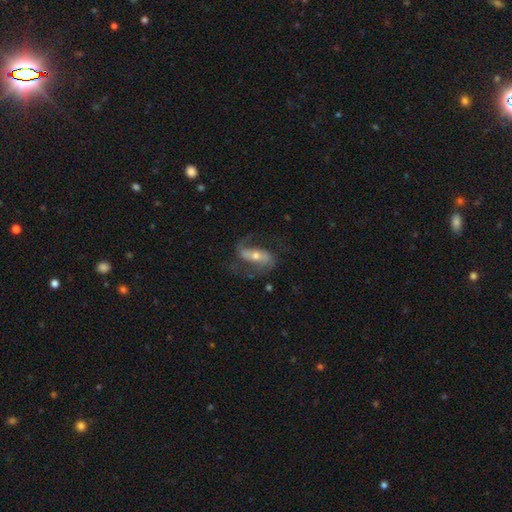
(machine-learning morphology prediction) Smooth or featured: featured or disk — 79% (smooth — 14%)
Edge-on disk: no — 92% (yes — 8%)
Bar: strong — 46% (weak — 30%)
Spiral arms: yes — 92% (no — 8%)
Spiral winding: medium — 45% (loose — 41%)
Spiral arm count: 2 — 89% (can't tell — 5%)
Bulge size: moderate — 50% (small — 44%)
Merging: none — 68% (minor disturbance — 16%)